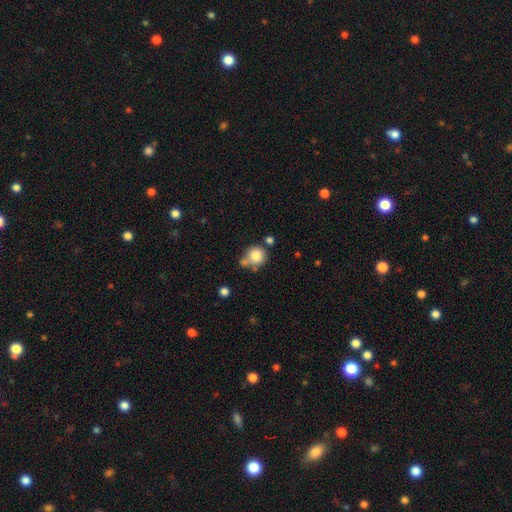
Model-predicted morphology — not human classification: A smooth galaxy with no disk features (80%) that is round (88%).

Vote fractions:
- Smooth or featured? smooth: 80% / star or artifact: 10% / featured or disk: 10%
- How rounded? round: 88% / in between: 11% / cigar-shaped: 1%
- Merging? none: 57% / merger: 21% / minor disturbance: 16% / major disturbance: 5%